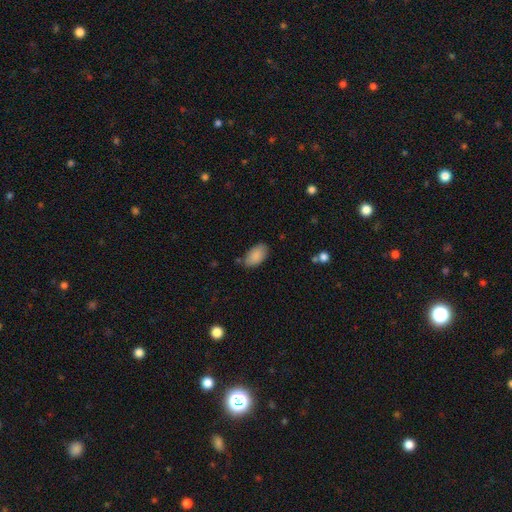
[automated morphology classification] Smooth or featured? smooth (88%)
How rounded? in between (94%)
Merging? none (75%)